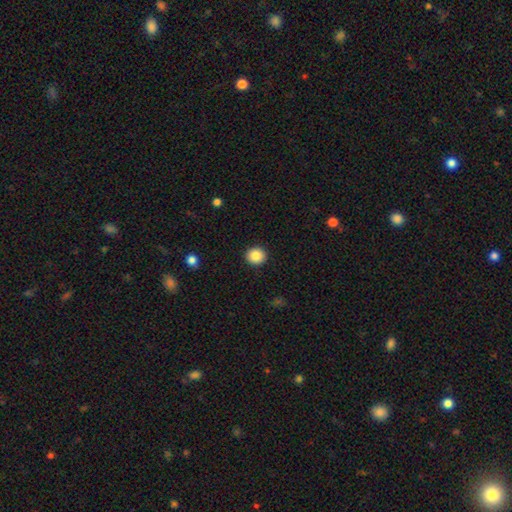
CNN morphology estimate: Q: Smooth or featured?
A: smooth (86%); runner-up: star or artifact (9%)
Q: How rounded?
A: round (89%); runner-up: in between (10%)
Q: Merging?
A: none (92%); runner-up: minor disturbance (5%)